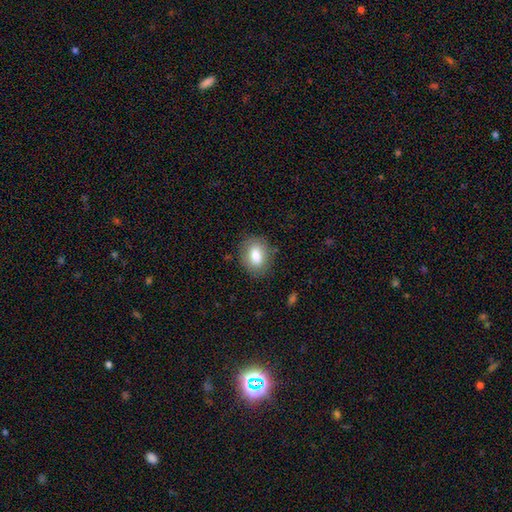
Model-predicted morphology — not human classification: A smooth galaxy with no disk features (79%) that is in between round and cigar-shaped (70%).

Vote fractions:
- Smooth or featured? smooth: 79% / featured or disk: 13% / star or artifact: 8%
- How rounded? in between: 70% / round: 29% / cigar-shaped: 2%
- Merging? none: 84% / minor disturbance: 11% / major disturbance: 3% / merger: 1%